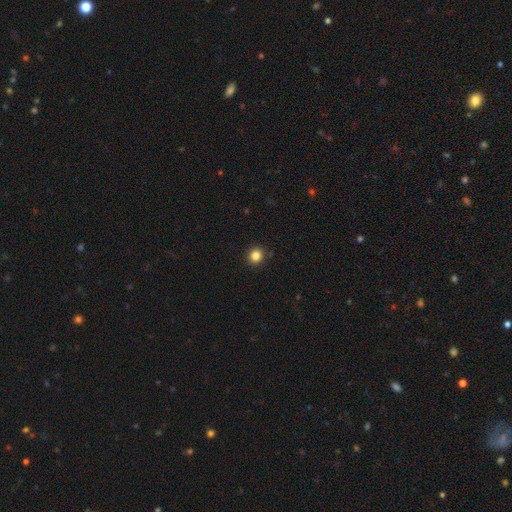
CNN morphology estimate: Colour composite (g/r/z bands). It shows a smooth galaxy with no disk features (84%) that is round (93%). Merging: none (92%).